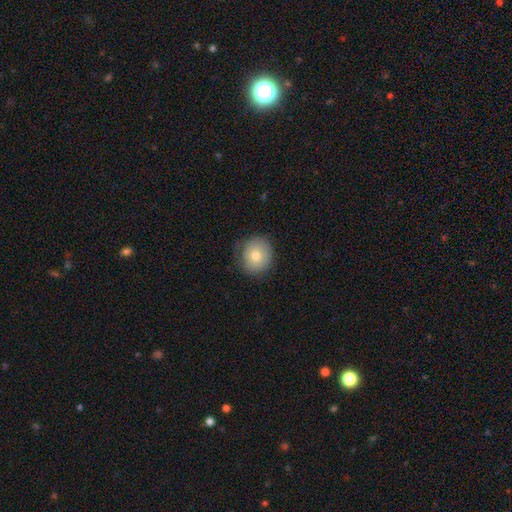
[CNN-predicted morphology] A smooth galaxy with no disk features (74%) that is round (83%).

Vote fractions:
- Smooth or featured? smooth: 74% / featured or disk: 17% / star or artifact: 9%
- How rounded? round: 83% / in between: 16% / cigar-shaped: 1%
- Merging? none: 78% / minor disturbance: 17% / major disturbance: 4% / merger: 1%